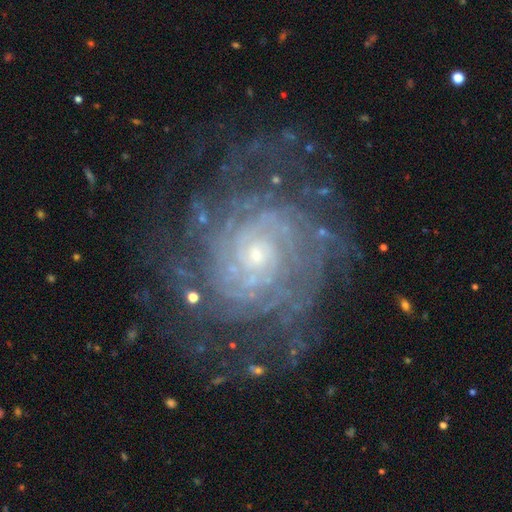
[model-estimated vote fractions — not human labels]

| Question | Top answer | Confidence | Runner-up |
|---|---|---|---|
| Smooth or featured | featured or disk | 88% | star or artifact (7%) |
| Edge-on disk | no | 97% | yes (3%) |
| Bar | no | 76% | weak (18%) |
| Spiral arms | yes | 97% | no (3%) |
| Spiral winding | tight | 79% | medium (17%) |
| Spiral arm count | can't tell | 31% | more than 4 (19%) |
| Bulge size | small | 77% | moderate (19%) |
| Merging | none | 75% | minor disturbance (15%) |